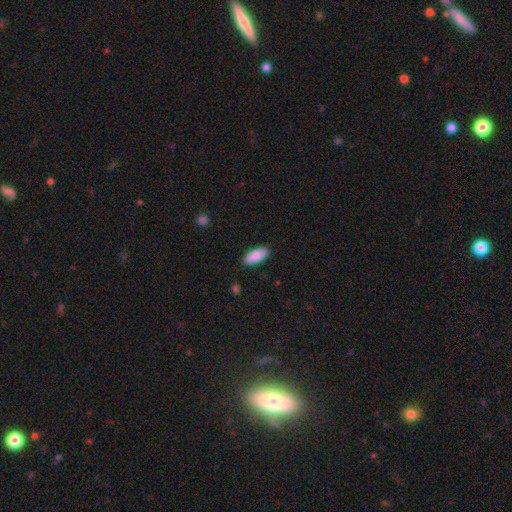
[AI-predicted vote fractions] Smooth or featured? smooth (89%)
How rounded? in between (83%)
Merging? none (89%)